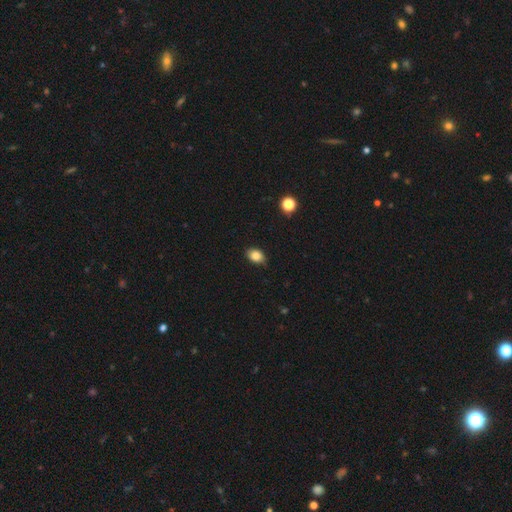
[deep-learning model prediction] Smooth or featured? Predicted: smooth (p=0.85). How rounded? Predicted: in between (p=0.72). Merging? Predicted: none (p=0.83).